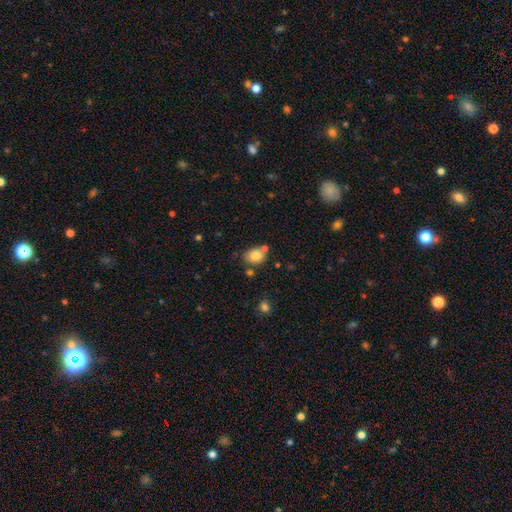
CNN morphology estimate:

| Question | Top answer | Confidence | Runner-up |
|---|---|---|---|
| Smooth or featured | smooth | 82% | star or artifact (9%) |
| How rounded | in between | 60% | round (39%) |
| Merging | none | 62% | merger (17%) |